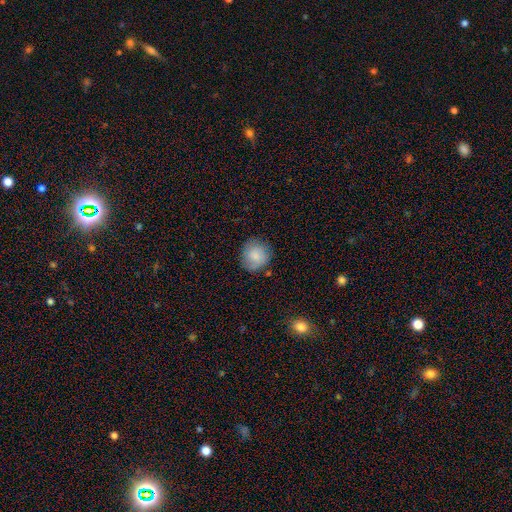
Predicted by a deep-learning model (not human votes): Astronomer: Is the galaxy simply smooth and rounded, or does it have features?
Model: smooth — 78%.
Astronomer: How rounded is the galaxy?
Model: round — 87%.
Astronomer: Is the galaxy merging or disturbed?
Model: none — 78%.